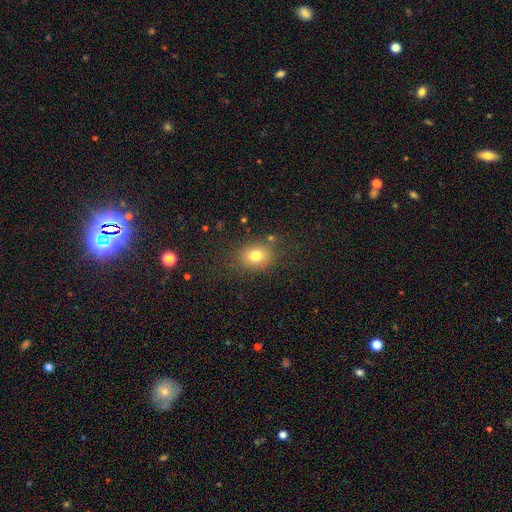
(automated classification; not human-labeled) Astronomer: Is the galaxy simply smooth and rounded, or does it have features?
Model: smooth — 78%.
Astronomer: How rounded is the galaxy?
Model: in between — 55% (runner-up: round, 44%).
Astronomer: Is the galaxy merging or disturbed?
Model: none — 78%.